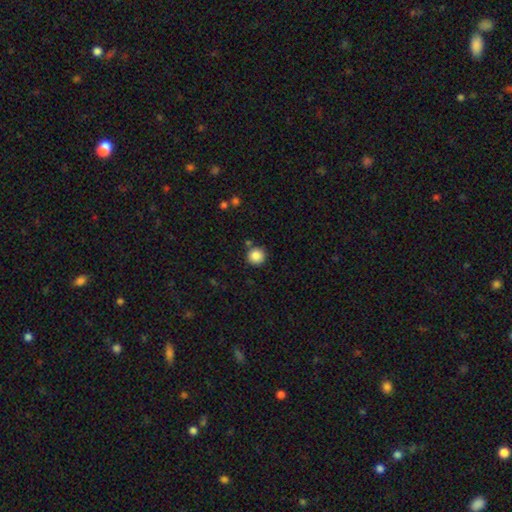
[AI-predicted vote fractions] Overall: smooth (86%). How rounded: round (95%). Merging: none (84%).